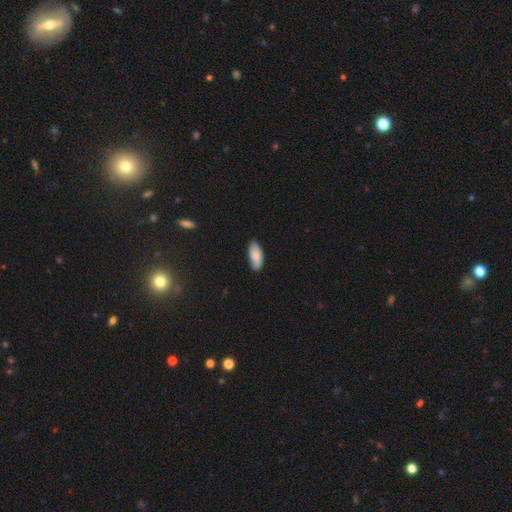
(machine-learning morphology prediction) A smooth galaxy with no disk features (84%) that is in between round and cigar-shaped (86%).

Vote fractions:
- Smooth or featured? smooth: 84% / featured or disk: 10% / star or artifact: 6%
- How rounded? in between: 86% / cigar-shaped: 12% / round: 2%
- Merging? none: 82% / minor disturbance: 15% / major disturbance: 2% / merger: 1%